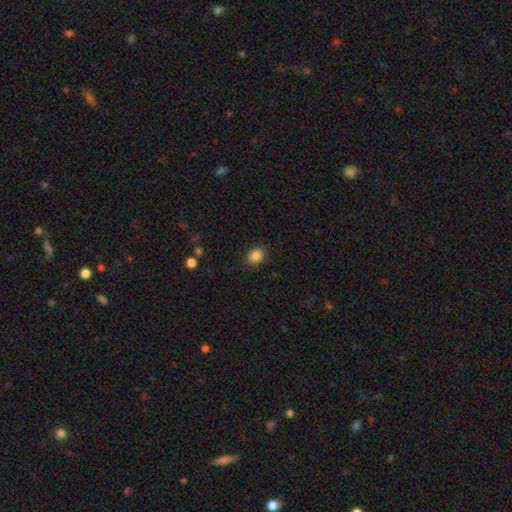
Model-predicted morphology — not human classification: A smooth galaxy with no disk features (86%) that is in between round and cigar-shaped (53%). Merging: none (85%).